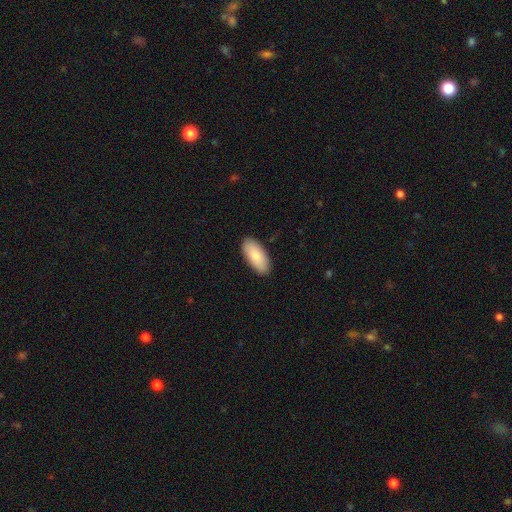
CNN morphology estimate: Smooth or featured? smooth (84%)
How rounded? in between (89%)
Merging? none (88%)